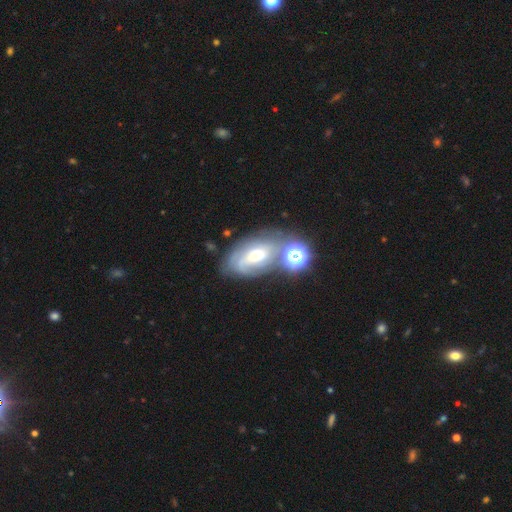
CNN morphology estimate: A featured or disk galaxy (57%) with no bar (56%), spiral arms (75%) and a moderate central bulge (46%).

Vote fractions:
- Smooth or featured? featured or disk: 57% / smooth: 27% / star or artifact: 16%
- Edge-on disk? no: 92% / yes: 8%
- Bar? no: 56% / weak: 33% / strong: 11%
- Spiral arms? yes: 75% / no: 25%
- Bulge size? moderate: 46% / small: 35% / large: 11% / none: 5% / dominant: 3%
- Merging? none: 50% / minor disturbance: 21% / merger: 17% / major disturbance: 13%